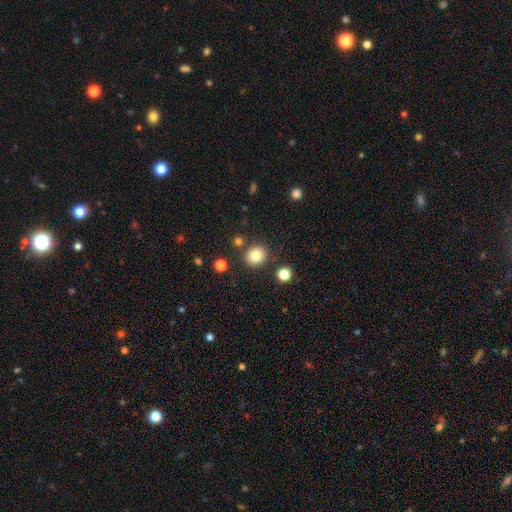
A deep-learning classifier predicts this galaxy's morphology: Overall: smooth (81%). How rounded: round (85%). Merging: none (85%).